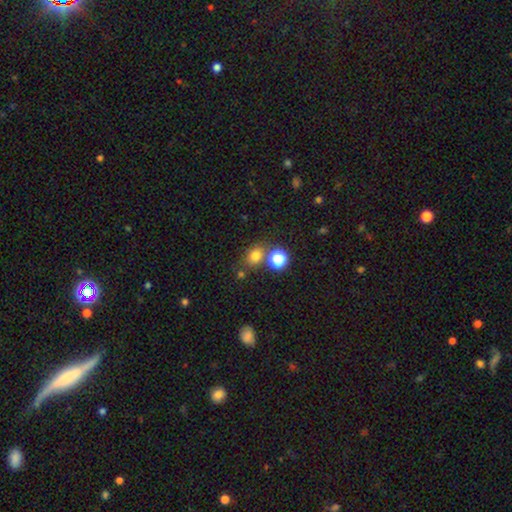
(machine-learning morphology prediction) This appears to be a smooth galaxy with no disk features (75%) that is round (63%). Merging: none (69%).